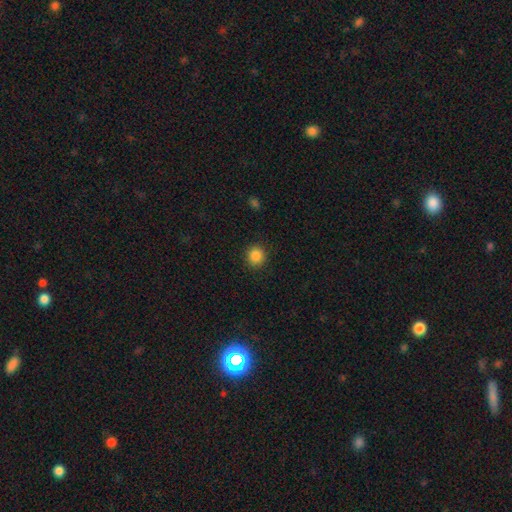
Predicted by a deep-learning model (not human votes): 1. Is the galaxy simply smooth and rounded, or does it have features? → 86% smooth, 10% star or artifact, 3% featured or disk.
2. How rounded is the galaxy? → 90% round, 9% in between, 1% cigar-shaped.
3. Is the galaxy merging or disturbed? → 91% none, 6% minor disturbance, 2% major disturbance, 1% merger.